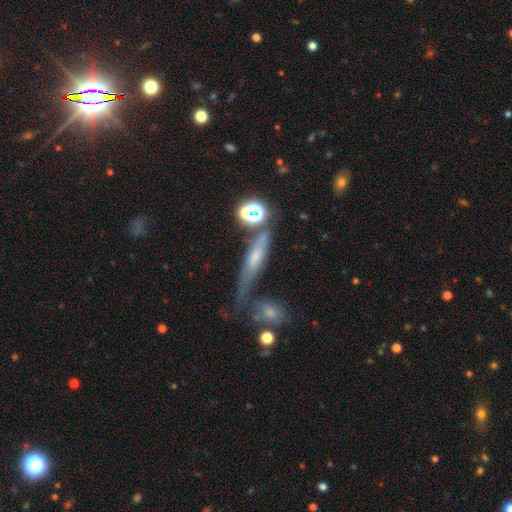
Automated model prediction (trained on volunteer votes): Smooth or featured? smooth (45%)
Merging? none (49%)